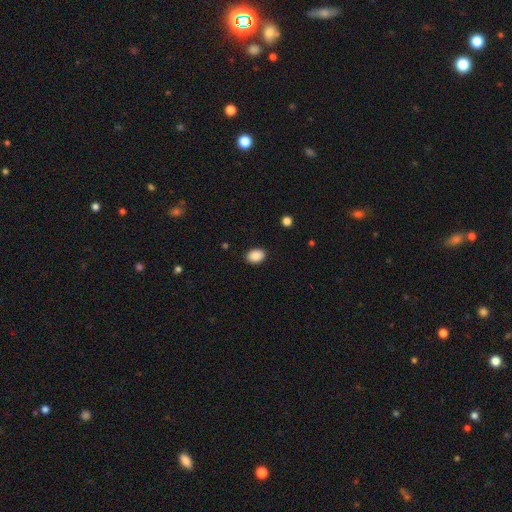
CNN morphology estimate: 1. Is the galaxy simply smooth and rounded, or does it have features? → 89% smooth, 8% star or artifact, 3% featured or disk.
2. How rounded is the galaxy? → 75% in between, 24% round, 1% cigar-shaped.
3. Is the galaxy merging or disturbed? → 89% none, 8% minor disturbance, 2% major disturbance, 1% merger.